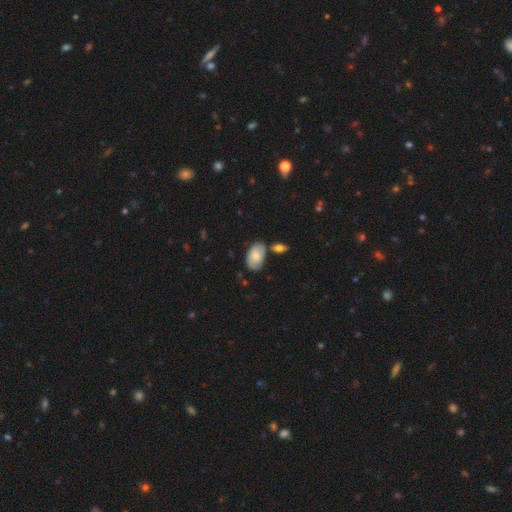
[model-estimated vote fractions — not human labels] A smooth galaxy with no disk features (69%) that is in between round and cigar-shaped (92%).

Vote fractions:
- Smooth or featured? smooth: 69% / featured or disk: 24% / star or artifact: 7%
- How rounded? in between: 92% / round: 6% / cigar-shaped: 1%
- Merging? none: 59% / minor disturbance: 21% / merger: 15% / major disturbance: 5%